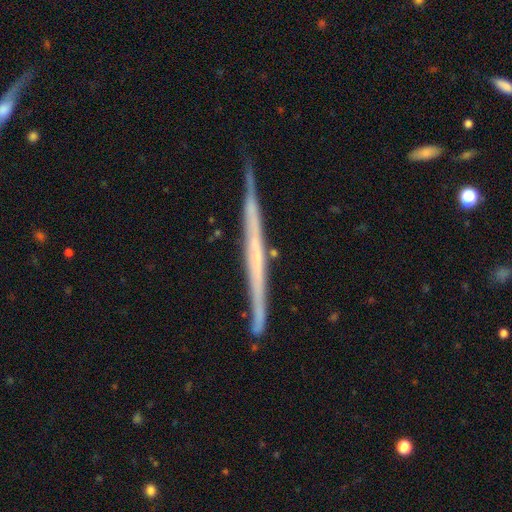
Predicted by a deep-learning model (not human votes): Smooth or featured? featured or disk (69%)
Edge-on disk? yes (97%)
Edge-on bulge? none (87%)
Merging? none (86%)